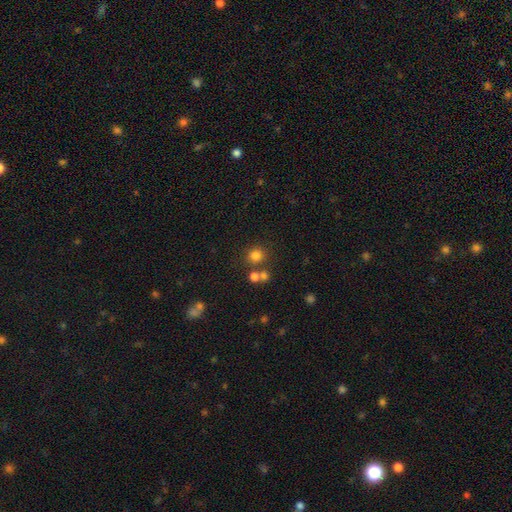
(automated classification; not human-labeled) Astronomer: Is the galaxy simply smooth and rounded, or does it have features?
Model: smooth — 77%.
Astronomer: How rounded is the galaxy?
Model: round — 88%.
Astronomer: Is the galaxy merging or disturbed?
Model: none — 70%.